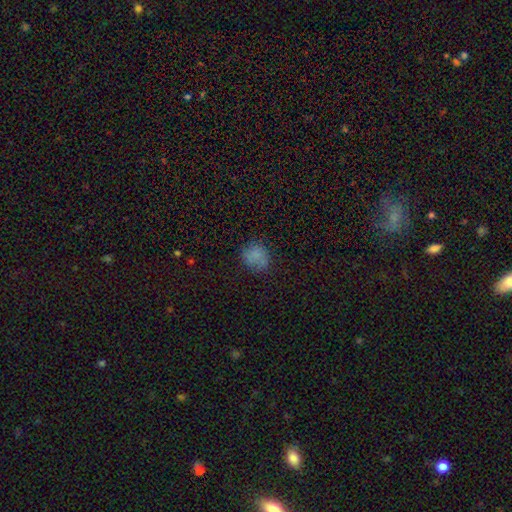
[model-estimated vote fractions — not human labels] Smooth or featured?
  - smooth: 76% *
  - star or artifact: 14%
  - featured or disk: 9%
How rounded?
  - round: 71% *
  - in between: 28%
  - cigar-shaped: 1%
Merging?
  - none: 73% *
  - minor disturbance: 19%
  - major disturbance: 6%
  - merger: 2%